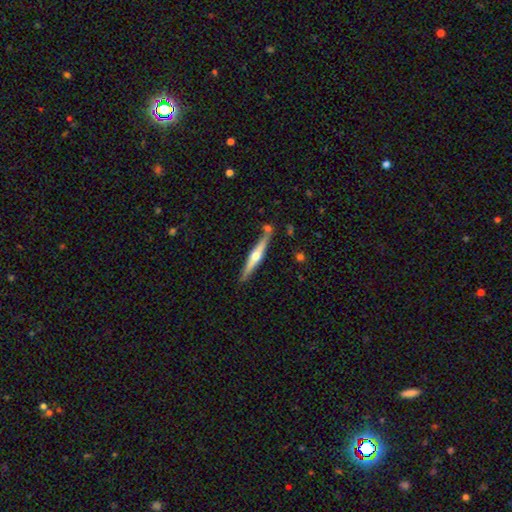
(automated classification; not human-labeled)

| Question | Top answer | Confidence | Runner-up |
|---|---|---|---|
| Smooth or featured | featured or disk | 70% | smooth (25%) |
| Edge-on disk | yes | 97% | no (3%) |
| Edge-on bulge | rounded | 93% | none (4%) |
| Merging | none | 80% | minor disturbance (11%) |